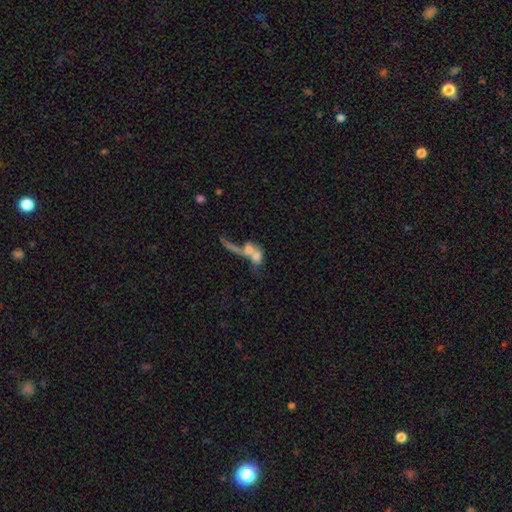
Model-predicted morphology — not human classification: Smooth or featured? smooth (51%)
How rounded? in between (57%)
Merging? merger (68%)